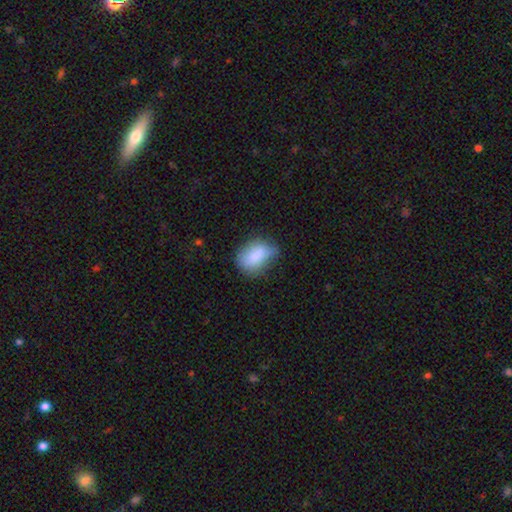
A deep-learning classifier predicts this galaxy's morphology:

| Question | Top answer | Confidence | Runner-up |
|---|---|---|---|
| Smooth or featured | smooth | 81% | featured or disk (11%) |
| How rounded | in between | 77% | round (21%) |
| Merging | none | 48% | minor disturbance (37%) |